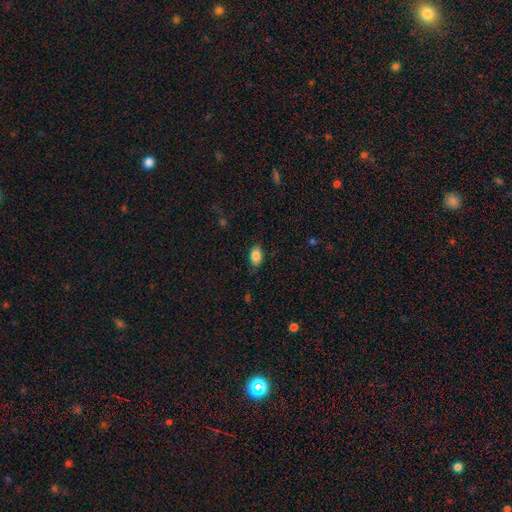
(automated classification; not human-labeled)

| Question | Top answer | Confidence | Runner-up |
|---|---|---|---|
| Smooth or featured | smooth | 85% | star or artifact (8%) |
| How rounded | in between | 90% | round (8%) |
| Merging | none | 83% | minor disturbance (13%) |